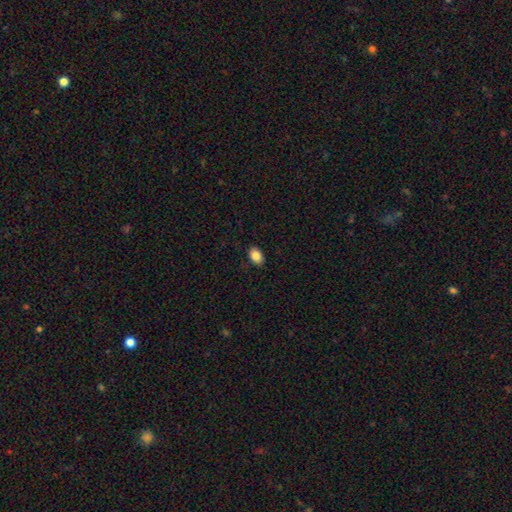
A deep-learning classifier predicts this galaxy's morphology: Smooth or featured: smooth — 87% (star or artifact — 8%)
How rounded: in between — 84% (round — 15%)
Merging: none — 88% (minor disturbance — 9%)